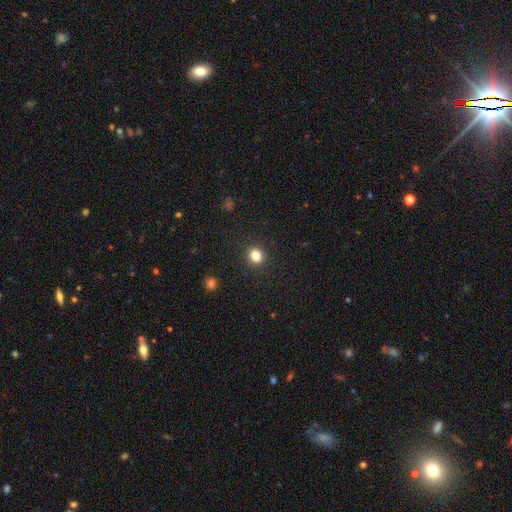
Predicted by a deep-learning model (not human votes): This is clearly a smooth galaxy (82%). How rounded: likely round (73%). Merging: clearly none (90%).